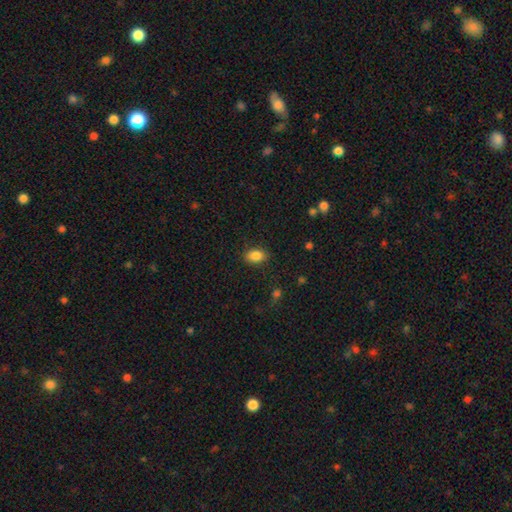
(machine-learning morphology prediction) The model was most divided on "how rounded": in between: 83%, round: 15%, cigar-shaped: 2%. More confident: merging — none (86%); smooth or featured — smooth (86%).